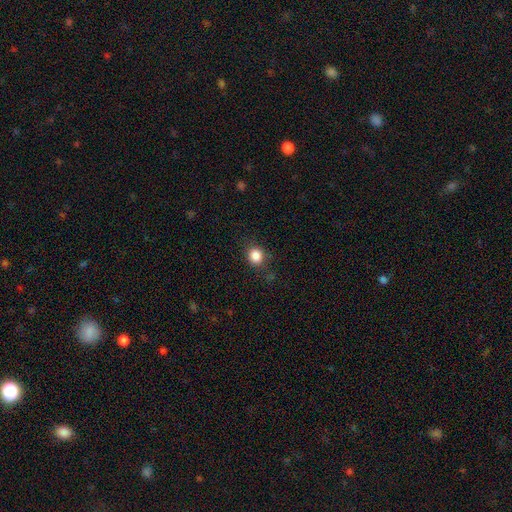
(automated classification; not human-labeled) This is clearly a smooth galaxy (85%). How rounded: likely round (77%). Merging: clearly none (81%).